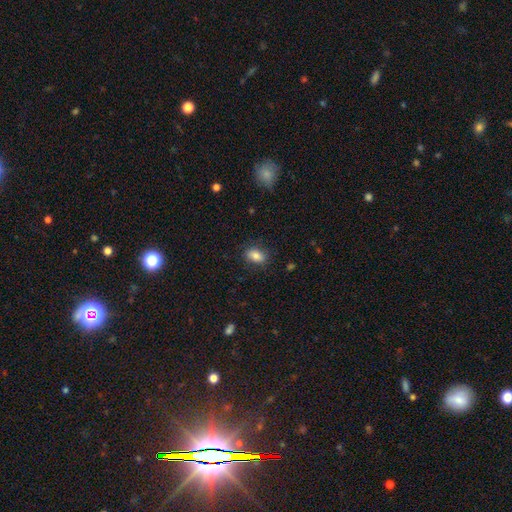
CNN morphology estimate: type=smooth (80%); roundness=in between (82%); merging=none (82%).